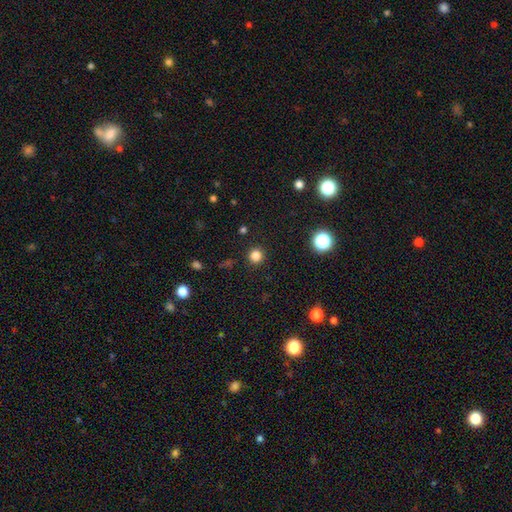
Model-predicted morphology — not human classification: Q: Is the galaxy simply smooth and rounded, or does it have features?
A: smooth — 82%.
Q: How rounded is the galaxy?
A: round — 94%.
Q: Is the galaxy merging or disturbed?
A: none — 92%.